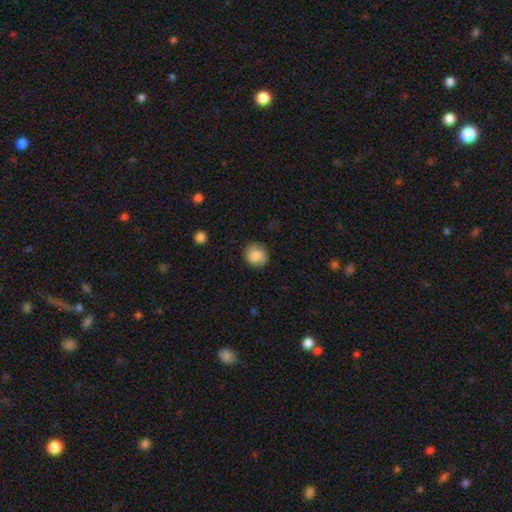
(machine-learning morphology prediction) A smooth galaxy with no disk features (87%) that is round (87%).

Vote fractions:
- Smooth or featured? smooth: 87% / star or artifact: 8% / featured or disk: 5%
- How rounded? round: 87% / in between: 12% / cigar-shaped: 1%
- Merging? none: 88% / minor disturbance: 8% / major disturbance: 2% / merger: 1%